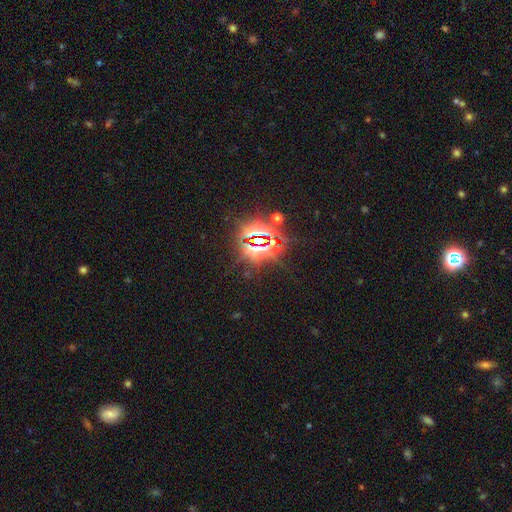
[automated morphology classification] A star or artifact, not a galaxy (81%).

Vote fractions:
- Smooth or featured? star or artifact: 81% / smooth: 11% / featured or disk: 8%